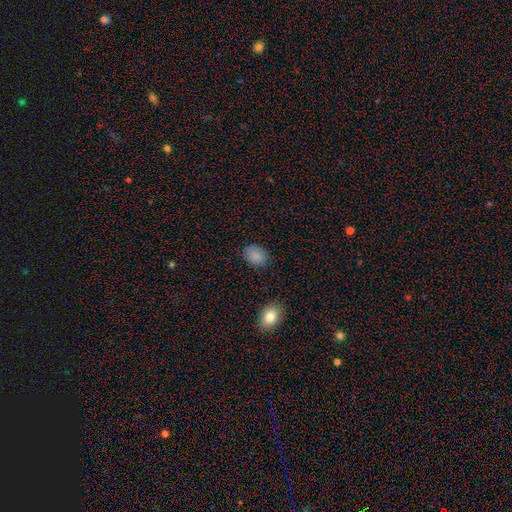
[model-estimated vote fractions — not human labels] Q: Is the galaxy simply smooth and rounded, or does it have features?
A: smooth — 86%.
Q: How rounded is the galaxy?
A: in between — 69%.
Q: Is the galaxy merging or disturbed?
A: none — 84%.